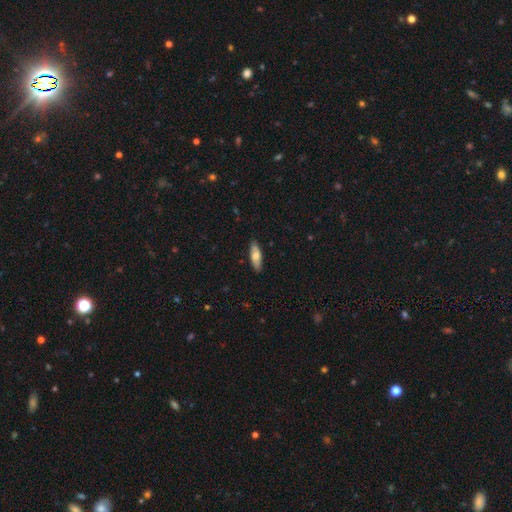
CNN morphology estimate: type=smooth (70%); roundness=in between (56%); merging=none (87%).